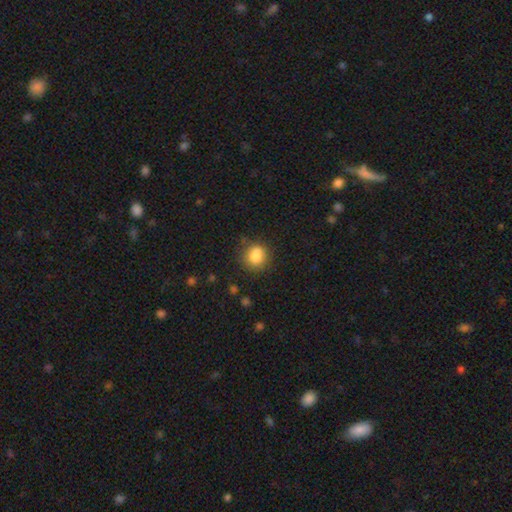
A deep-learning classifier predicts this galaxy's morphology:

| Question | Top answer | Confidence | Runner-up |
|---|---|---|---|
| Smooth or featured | smooth | 83% | star or artifact (10%) |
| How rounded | round | 74% | in between (25%) |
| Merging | none | 70% | minor disturbance (18%) |